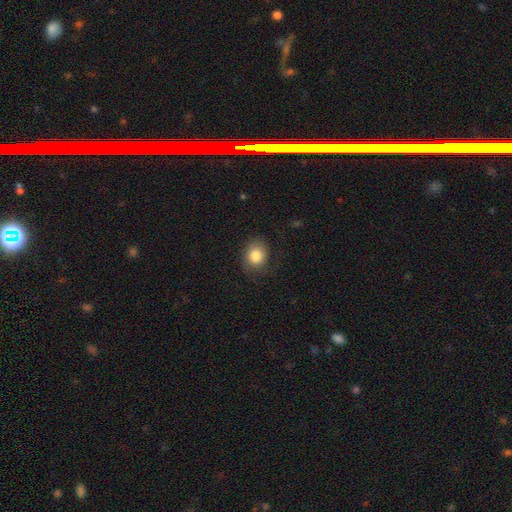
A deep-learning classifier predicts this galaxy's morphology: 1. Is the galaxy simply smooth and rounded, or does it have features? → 83% smooth, 9% featured or disk, 8% star or artifact.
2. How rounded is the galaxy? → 57% round, 43% in between, 1% cigar-shaped.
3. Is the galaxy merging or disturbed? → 74% none, 18% minor disturbance, 7% major disturbance, 1% merger.